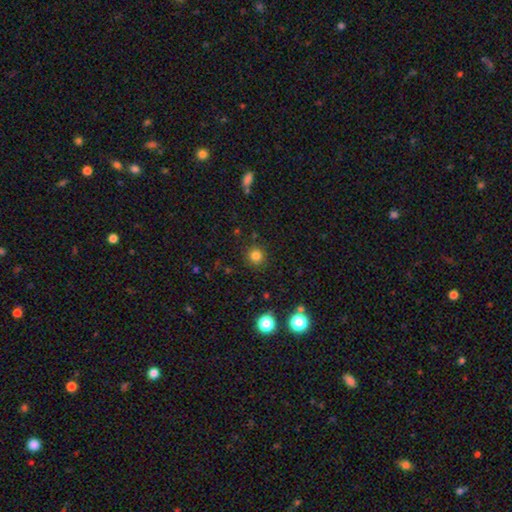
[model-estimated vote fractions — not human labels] Smooth or featured?
  - smooth: 81% *
  - star or artifact: 14%
  - featured or disk: 5%
How rounded?
  - round: 93% *
  - in between: 6%
  - cigar-shaped: 1%
Merging?
  - none: 89% *
  - minor disturbance: 7%
  - major disturbance: 3%
  - merger: 2%